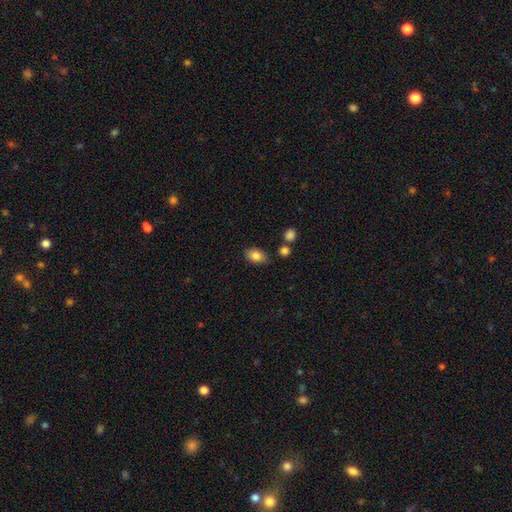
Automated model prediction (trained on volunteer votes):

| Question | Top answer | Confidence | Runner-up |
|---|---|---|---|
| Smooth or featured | smooth | 84% | star or artifact (8%) |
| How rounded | in between | 85% | round (14%) |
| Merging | none | 78% | minor disturbance (13%) |